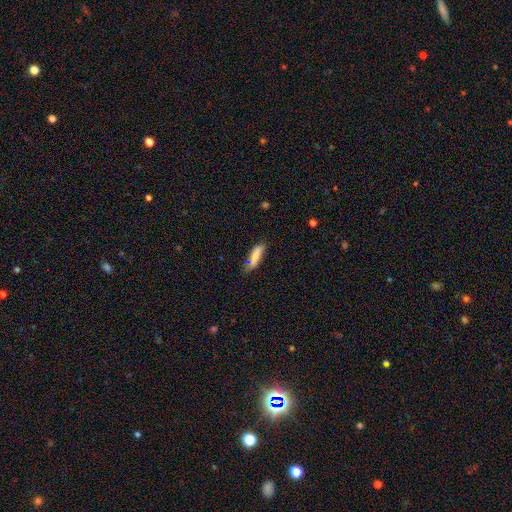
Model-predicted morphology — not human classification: This appears to be a smooth galaxy with no disk features (77%) that is cigar-shaped (59%). Merging: none (57%).